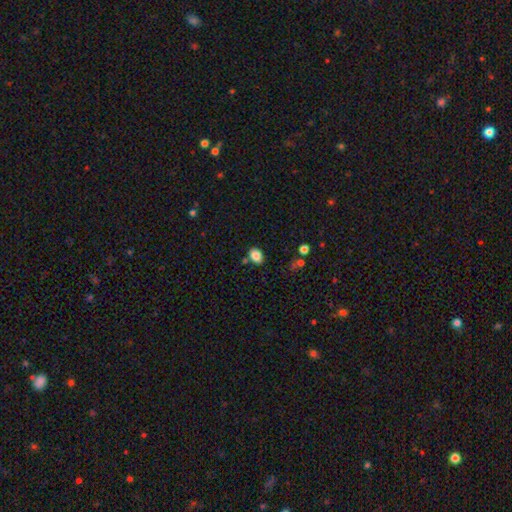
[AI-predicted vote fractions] This appears to be a smooth galaxy with no disk features (85%) that is in between round and cigar-shaped (70%). Merging: none (77%).